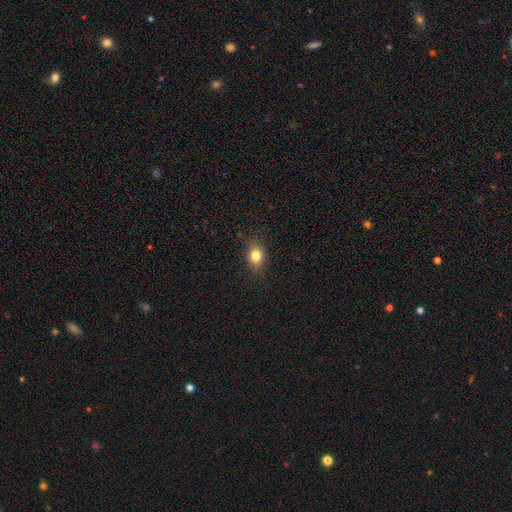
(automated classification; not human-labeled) A smooth galaxy with no disk features (82%) that is in between round and cigar-shaped (52%).

Vote fractions:
- Smooth or featured? smooth: 82% / star or artifact: 11% / featured or disk: 7%
- How rounded? in between: 52% / round: 47% / cigar-shaped: 1%
- Merging? none: 86% / minor disturbance: 10% / major disturbance: 3% / merger: 1%